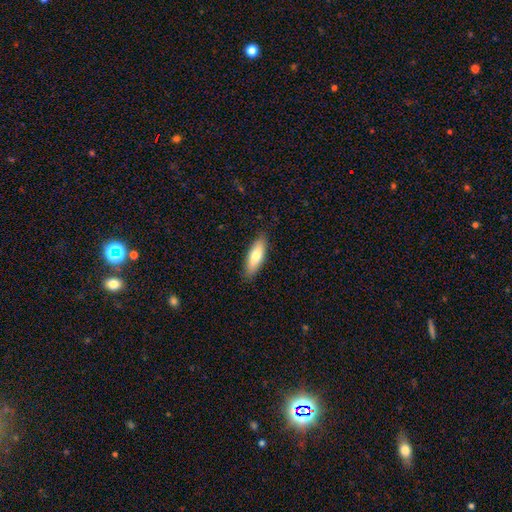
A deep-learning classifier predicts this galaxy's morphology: Smooth or featured? smooth (73%)
How rounded? in between (55%)
Merging? none (87%)